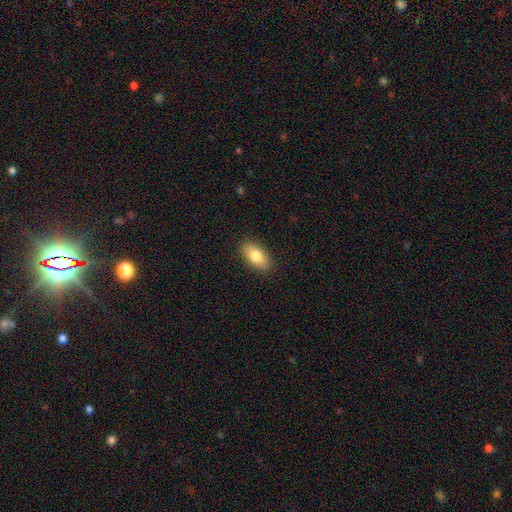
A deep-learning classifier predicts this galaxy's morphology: A smooth galaxy with no disk features (81%) that is in between round and cigar-shaped (91%). Merging: none (89%).